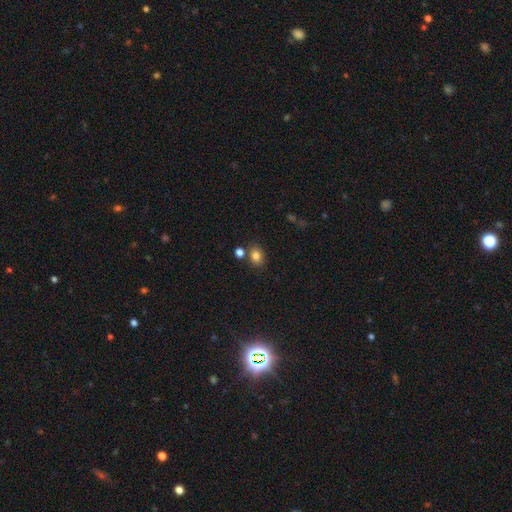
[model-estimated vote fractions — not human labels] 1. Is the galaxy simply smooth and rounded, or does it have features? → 82% smooth, 12% star or artifact, 6% featured or disk.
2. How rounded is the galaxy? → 53% in between, 46% round, 1% cigar-shaped.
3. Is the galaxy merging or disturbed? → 75% none, 11% merger, 11% minor disturbance, 3% major disturbance.